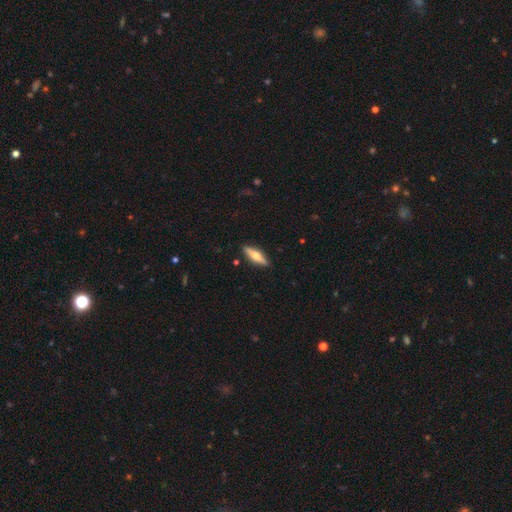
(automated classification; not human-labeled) Morphology: type=smooth (49%); merging=none (88%).